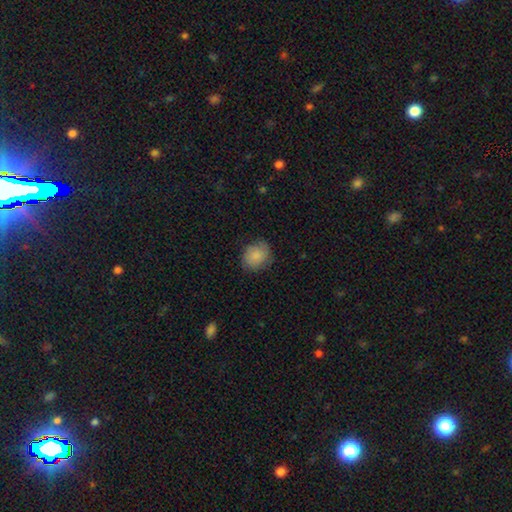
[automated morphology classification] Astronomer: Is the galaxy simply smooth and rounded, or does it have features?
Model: smooth — 84%.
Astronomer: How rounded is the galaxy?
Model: round — 70%.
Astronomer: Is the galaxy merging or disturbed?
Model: none — 76%.